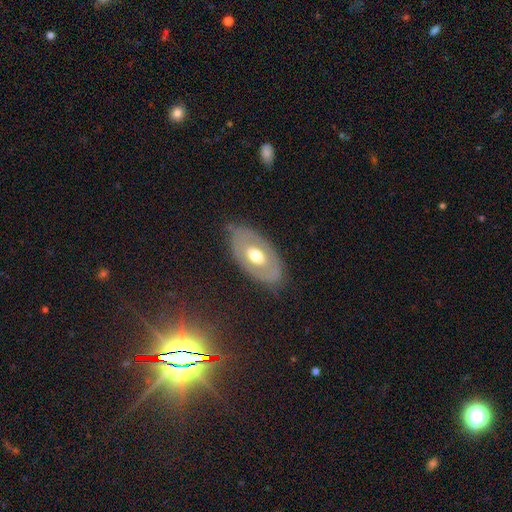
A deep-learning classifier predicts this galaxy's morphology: This appears to be a featured or disk galaxy (49%). Merging: none (75%).